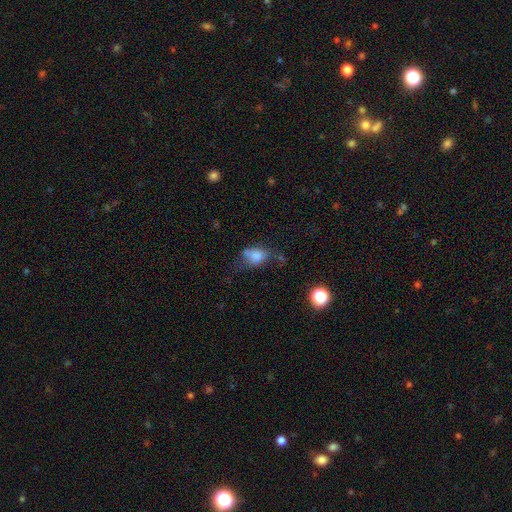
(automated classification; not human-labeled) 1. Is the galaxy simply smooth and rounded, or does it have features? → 73% smooth, 16% featured or disk, 11% star or artifact.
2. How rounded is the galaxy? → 71% in between, 27% round, 2% cigar-shaped.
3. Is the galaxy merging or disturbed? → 35% none, 29% minor disturbance, 20% major disturbance, 16% merger.